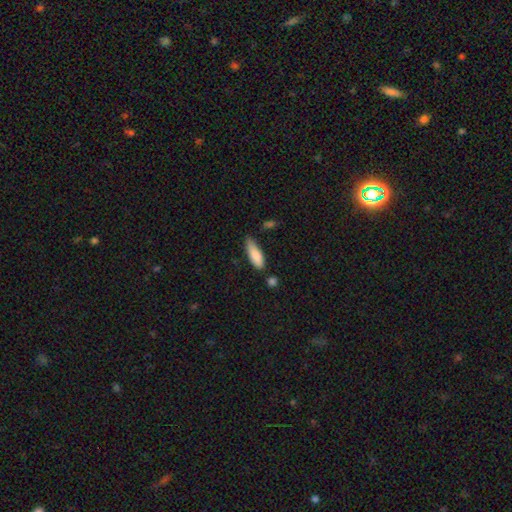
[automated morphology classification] This is clearly a smooth galaxy (85%). How rounded: possibly in between (57%). Merging: possibly none (55%).